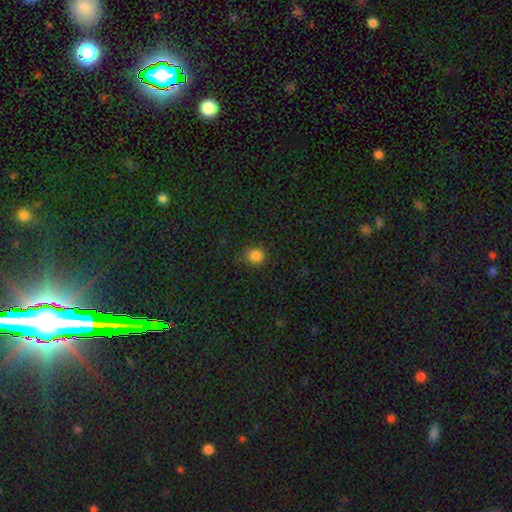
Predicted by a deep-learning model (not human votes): Smooth or featured?
  - smooth: 84% *
  - star or artifact: 12%
  - featured or disk: 4%
How rounded?
  - round: 91% *
  - in between: 9%
  - cigar-shaped: 1%
Merging?
  - none: 85% *
  - minor disturbance: 11%
  - major disturbance: 3%
  - merger: 1%